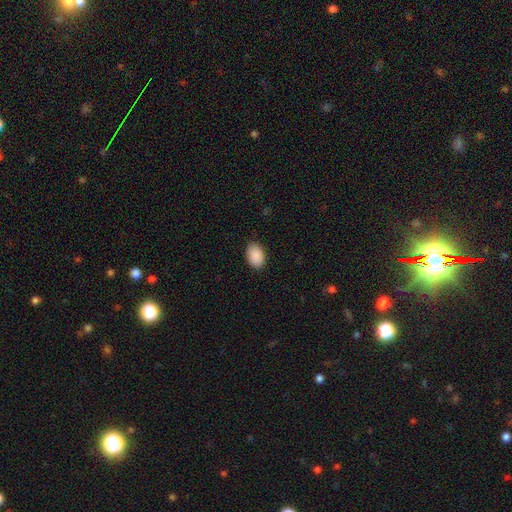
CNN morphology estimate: This appears to be a smooth galaxy with no disk features (91%) that is in between round and cigar-shaped (87%). Merging: none (86%).